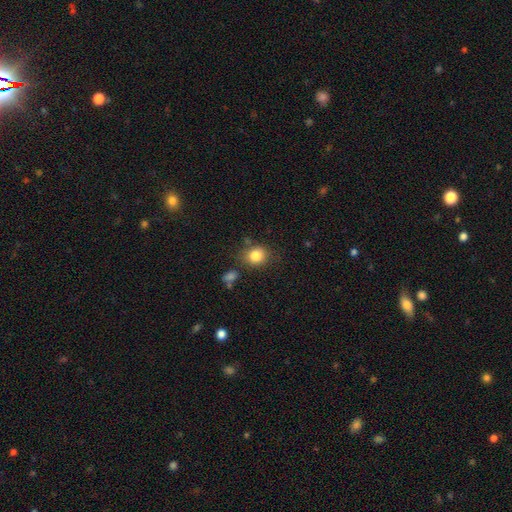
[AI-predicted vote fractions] Smooth or featured? Predicted: smooth (p=0.83). How rounded? Predicted: round (p=0.69). Merging? Predicted: none (p=0.75).